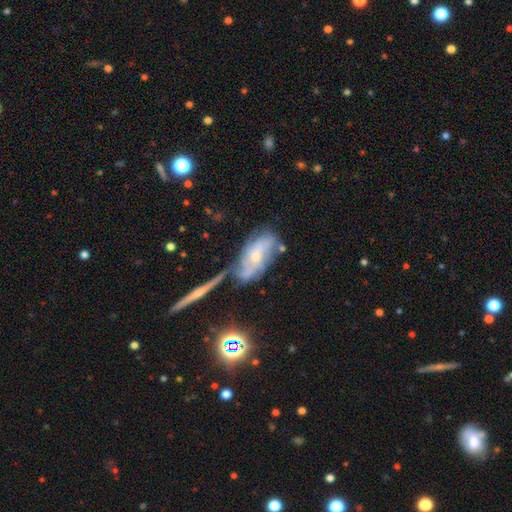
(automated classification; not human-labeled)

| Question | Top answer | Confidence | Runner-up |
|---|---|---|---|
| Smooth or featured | featured or disk | 64% | smooth (26%) |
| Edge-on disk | no | 85% | yes (15%) |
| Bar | no | 70% | weak (24%) |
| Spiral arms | yes | 79% | no (21%) |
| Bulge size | small | 57% | moderate (37%) |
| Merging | none | 45% | minor disturbance (23%) |